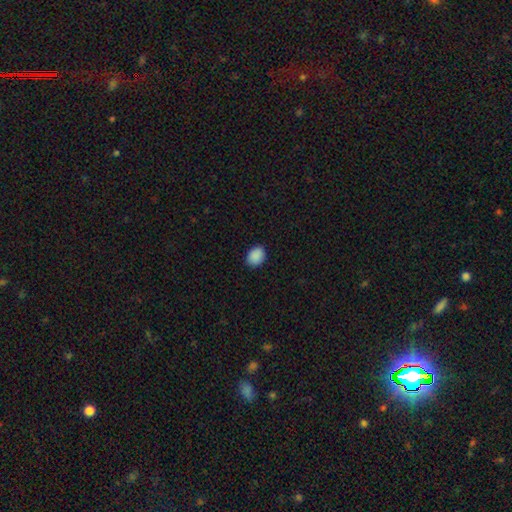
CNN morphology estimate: type=smooth (90%); roundness=in between (63%); merging=none (86%).